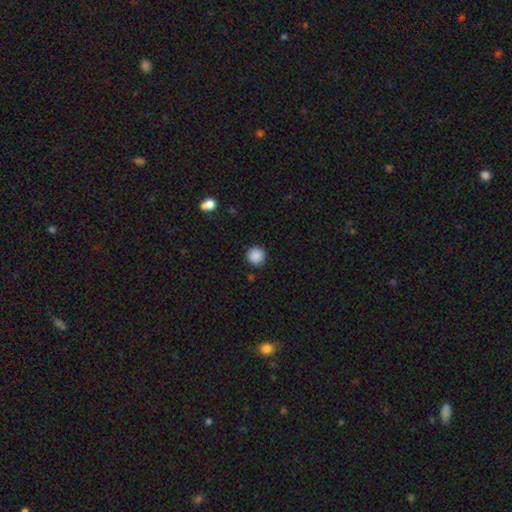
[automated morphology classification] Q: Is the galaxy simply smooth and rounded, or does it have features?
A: smooth — 88%.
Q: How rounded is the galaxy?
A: round — 94%.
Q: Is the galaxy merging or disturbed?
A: none — 90%.